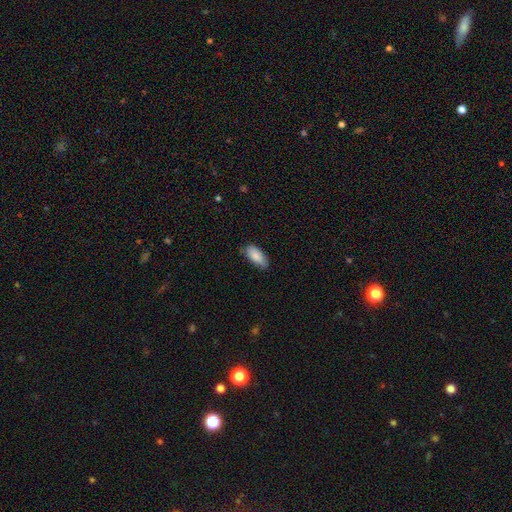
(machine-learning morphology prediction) Smooth or featured? Predicted: smooth (p=0.86). How rounded? Predicted: in between (p=0.90). Merging? Predicted: none (p=0.76).